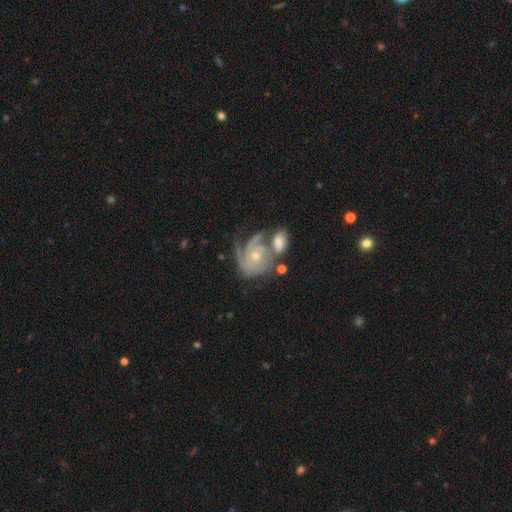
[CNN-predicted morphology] smooth-or-featured: featured or disk: 83% | smooth: 11% | star or artifact: 6%
  disk-edge-on: no: 97% | yes: 3%
    bar: no: 74% | weak: 21% | strong: 5%
    has-spiral-arms: yes: 95% | no: 5%
      spiral-winding: tight: 61% | medium: 30% | loose: 9%
      spiral-arm-count: 3: 31% | can't tell: 25% | 2: 23% | 1: 9% | 4: 7% | more than 4: 5%
    bulge-size: small: 55% | moderate: 41% | large: 2% | none: 2% | dominant: 1%
  merging: merger: 36% | none: 34% | minor disturbance: 15% | major disturbance: 15%